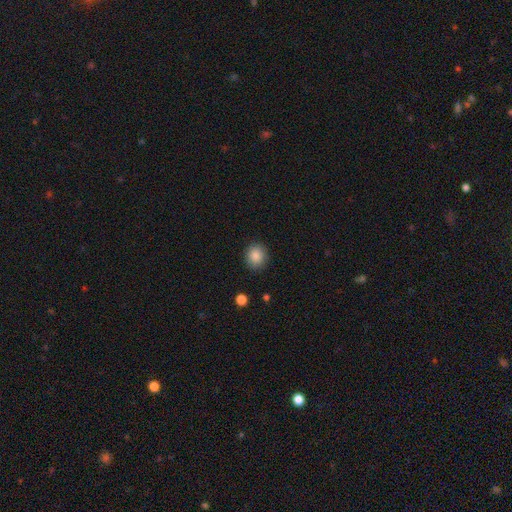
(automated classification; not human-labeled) Smooth or featured?
  - smooth: 87% *
  - star or artifact: 9%
  - featured or disk: 4%
How rounded?
  - round: 77% *
  - in between: 22%
  - cigar-shaped: 1%
Merging?
  - none: 89% *
  - minor disturbance: 8%
  - major disturbance: 2%
  - merger: 1%